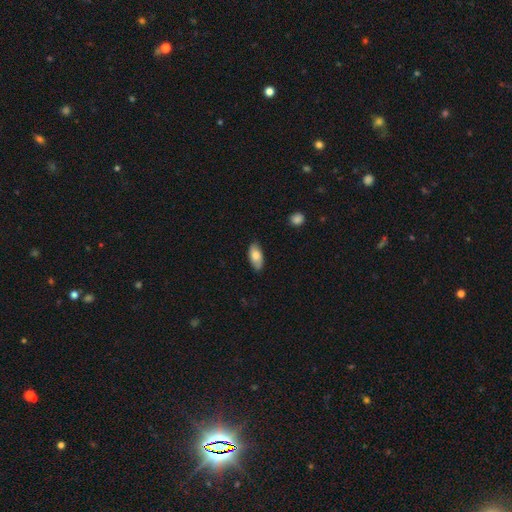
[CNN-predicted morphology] Smooth or featured: smooth — 79% (featured or disk — 15%)
How rounded: in between — 91% (cigar-shaped — 7%)
Merging: none — 82% (minor disturbance — 14%)